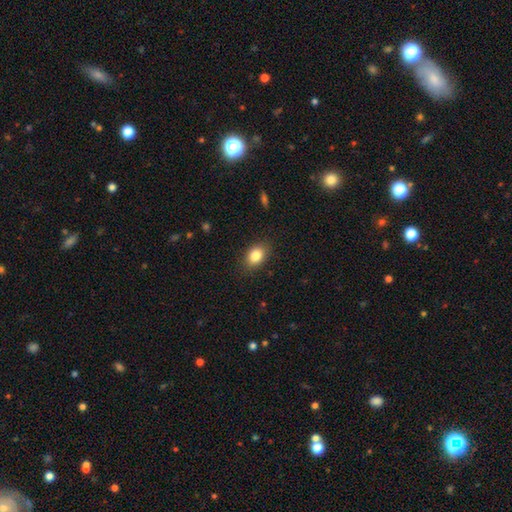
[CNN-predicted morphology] Smooth or featured: smooth — 84% (star or artifact — 9%)
How rounded: in between — 77% (round — 22%)
Merging: none — 86% (minor disturbance — 11%)